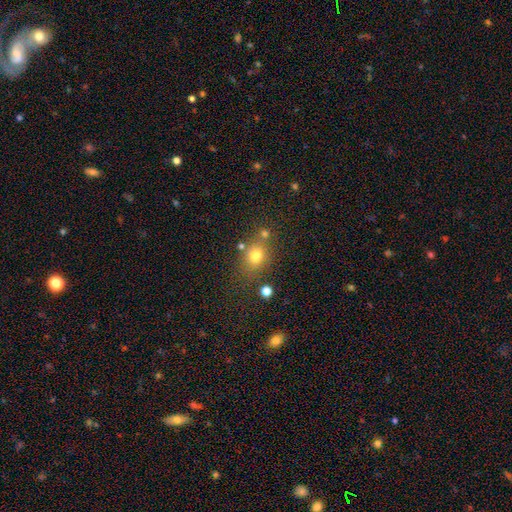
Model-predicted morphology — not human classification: smooth_or_featured: smooth (p=0.74) [alt: star or artifact p=0.16]
how_rounded: round (p=0.57) [alt: in between p=0.42]
merging: none (p=0.67) [alt: minor disturbance p=0.14]